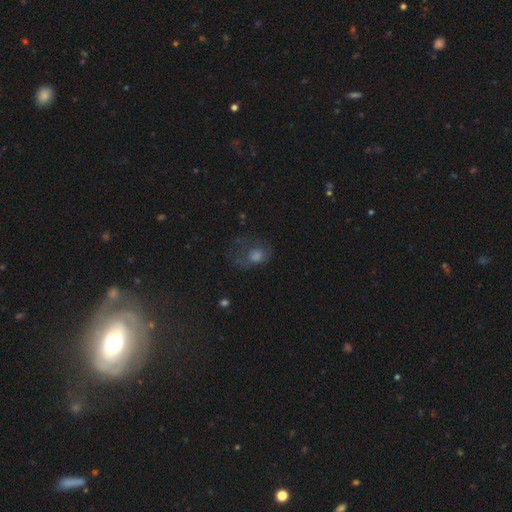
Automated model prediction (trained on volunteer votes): smooth-or-featured: smooth: 47% | featured or disk: 28% | star or artifact: 25%
  merging: none: 41% | major disturbance: 35% | minor disturbance: 22% | merger: 2%